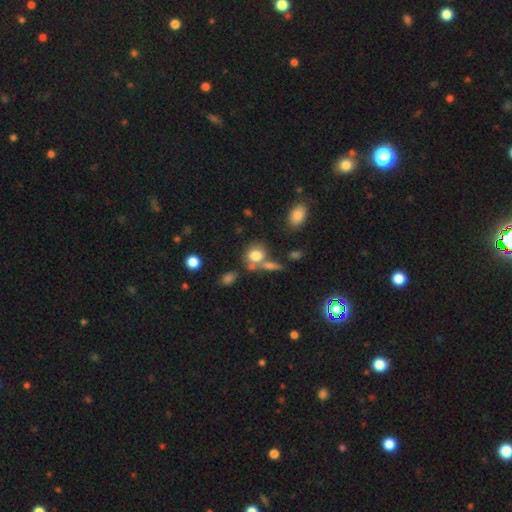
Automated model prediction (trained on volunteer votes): Smooth or featured?
  - smooth: 77% *
  - featured or disk: 12%
  - star or artifact: 10%
How rounded?
  - round: 60% *
  - in between: 37%
  - cigar-shaped: 2%
Merging?
  - none: 49% *
  - merger: 30%
  - minor disturbance: 14%
  - major disturbance: 7%